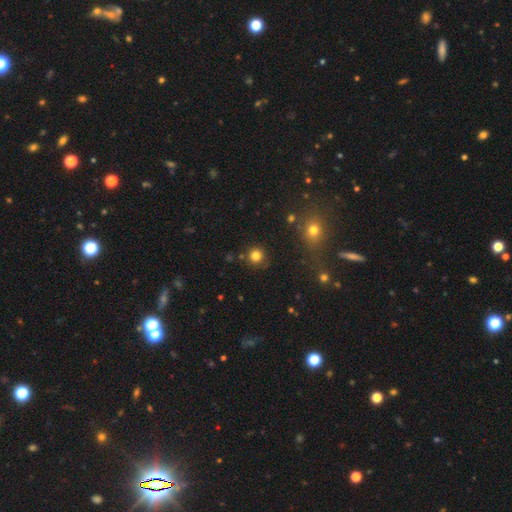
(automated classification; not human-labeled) smooth-or-featured: smooth: 81% | star or artifact: 14% | featured or disk: 5%
  how-rounded: round: 94% | in between: 5% | cigar-shaped: 1%
  merging: none: 87% | minor disturbance: 8% | merger: 3% | major disturbance: 3%